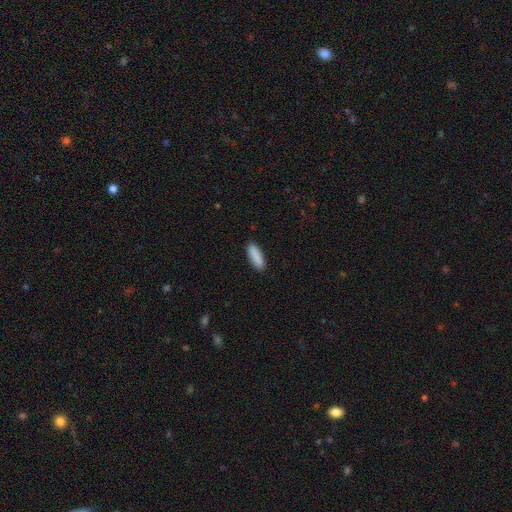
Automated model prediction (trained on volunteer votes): Smooth or featured?
  - smooth: 89% *
  - star or artifact: 6%
  - featured or disk: 5%
How rounded?
  - cigar-shaped: 52% *
  - in between: 47%
  - round: 2%
Merging?
  - none: 89% *
  - minor disturbance: 8%
  - major disturbance: 2%
  - merger: 1%